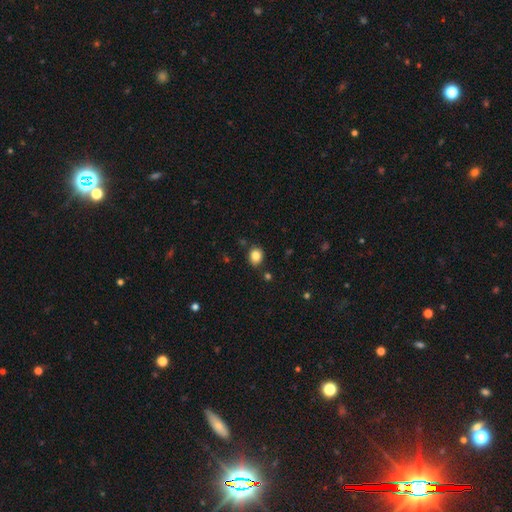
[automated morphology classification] Smooth or featured? Predicted: smooth (p=0.84). How rounded? Predicted: round (p=0.55). Merging? Predicted: none (p=0.84).